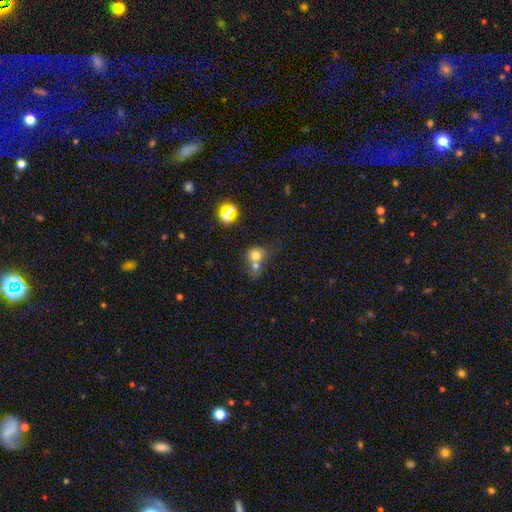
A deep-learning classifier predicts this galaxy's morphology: Smooth or featured?
  - smooth: 70% *
  - star or artifact: 15%
  - featured or disk: 15%
How rounded?
  - round: 74% *
  - in between: 25%
  - cigar-shaped: 1%
Merging?
  - merger: 56% *
  - none: 30%
  - minor disturbance: 8%
  - major disturbance: 5%